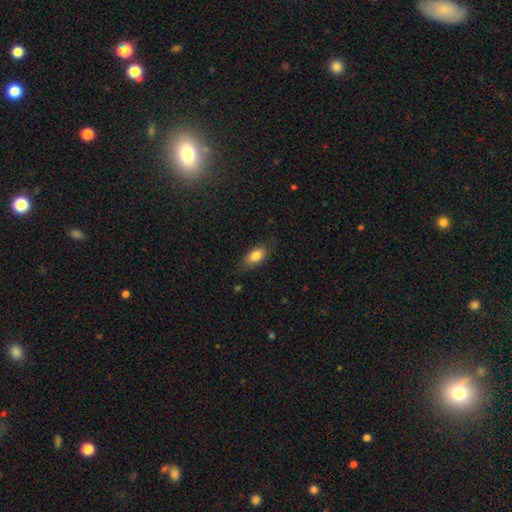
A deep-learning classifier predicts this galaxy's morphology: Smooth or featured? smooth (81%)
How rounded? in between (87%)
Merging? none (75%)